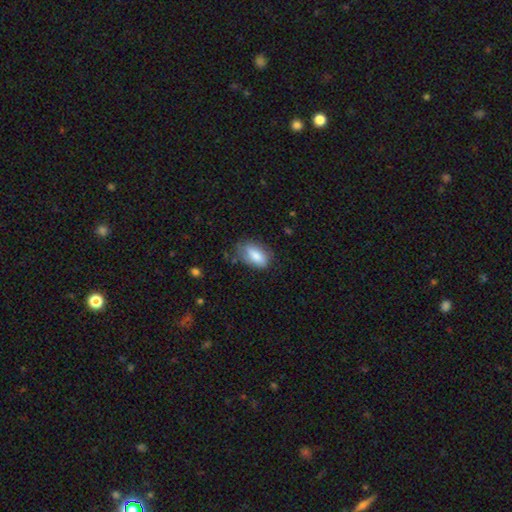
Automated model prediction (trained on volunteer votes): Smooth or featured: smooth — 78% (featured or disk — 15%)
How rounded: in between — 89% (cigar-shaped — 6%)
Merging: none — 65% (minor disturbance — 26%)